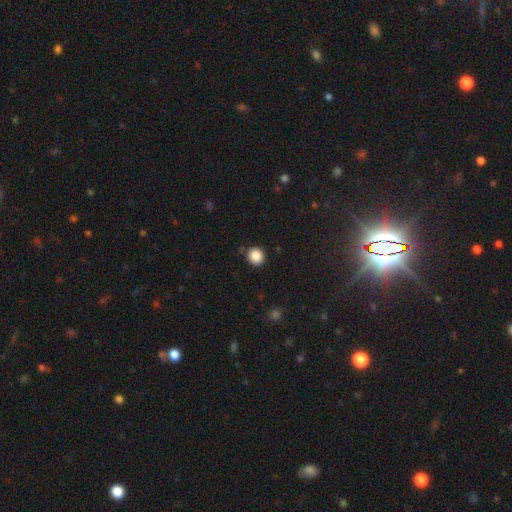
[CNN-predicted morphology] smooth-or-featured: smooth: 87% | star or artifact: 10% | featured or disk: 3%
  how-rounded: round: 88% | in between: 11% | cigar-shaped: 1%
  merging: none: 87% | minor disturbance: 8% | major disturbance: 2% | merger: 2%